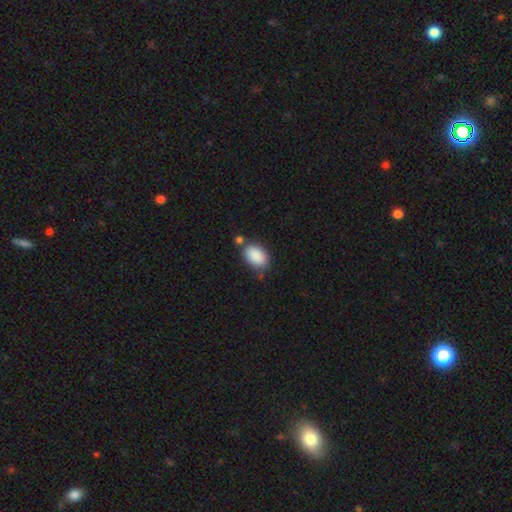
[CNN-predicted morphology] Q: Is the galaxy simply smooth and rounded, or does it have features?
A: smooth — 89%.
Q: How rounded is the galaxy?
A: in between — 91%.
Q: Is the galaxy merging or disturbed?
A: none — 71%.